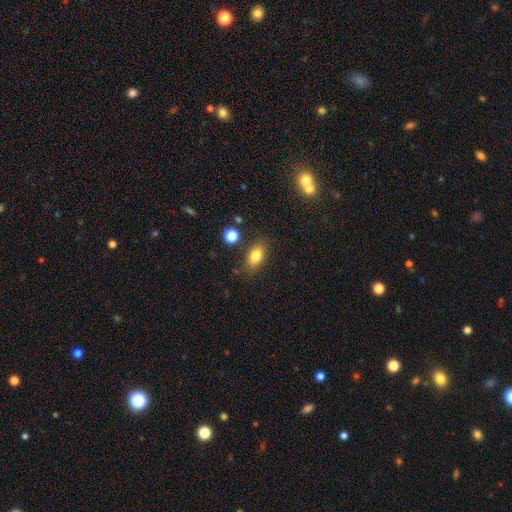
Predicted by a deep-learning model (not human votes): Morphology: type=smooth (81%); roundness=in between (84%); merging=none (81%).